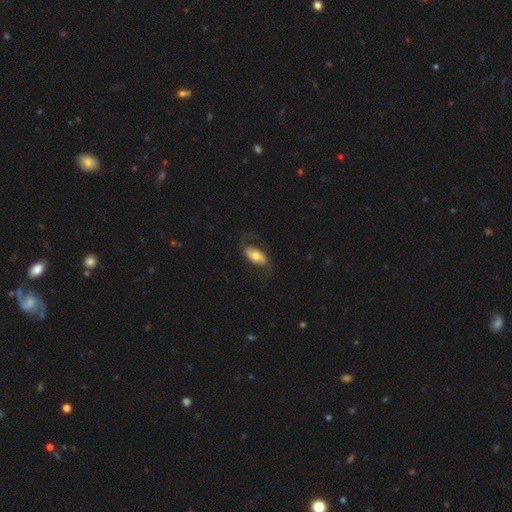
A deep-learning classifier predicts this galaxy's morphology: smooth_or_featured: featured or disk (p=0.50) [alt: smooth p=0.44]
merging: none (p=0.64) [alt: minor disturbance p=0.19]